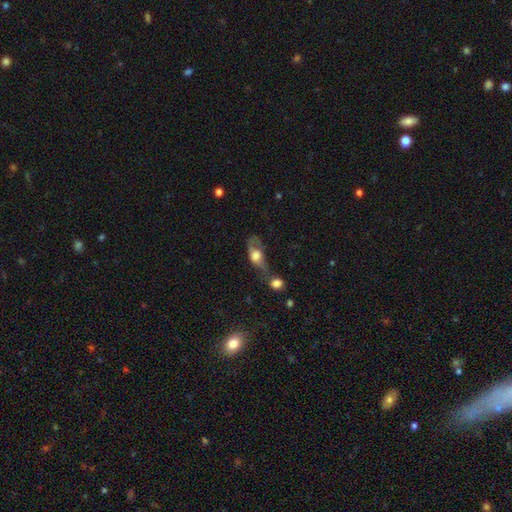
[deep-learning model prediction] Smooth or featured? Predicted: smooth (p=0.55). How rounded? Predicted: in between (p=0.77). Merging? Predicted: major disturbance (p=0.29).